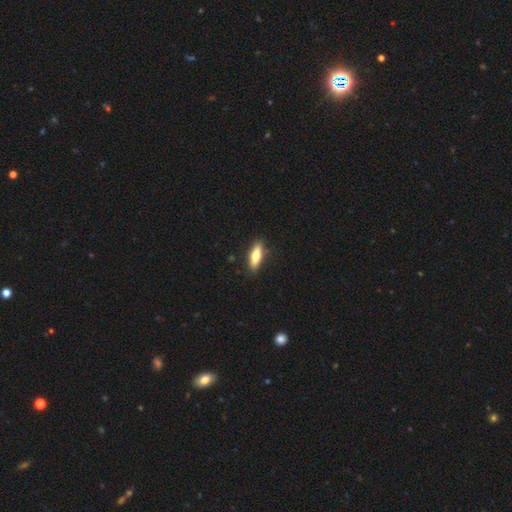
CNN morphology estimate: Smooth or featured? Predicted: smooth (p=0.76). How rounded? Predicted: in between (p=0.50). Merging? Predicted: none (p=0.84).